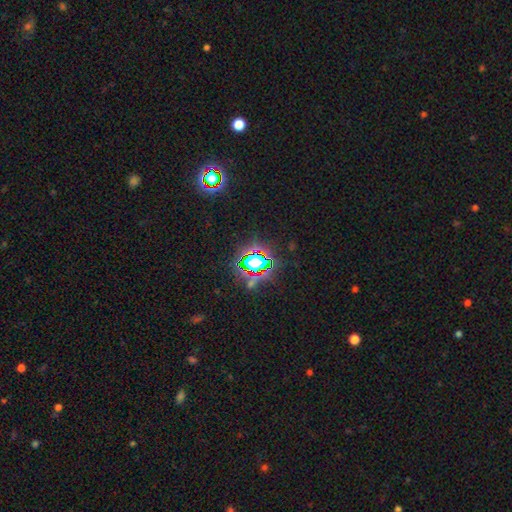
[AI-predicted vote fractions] Smooth or featured?
  - star or artifact: 72% *
  - smooth: 18%
  - featured or disk: 11%